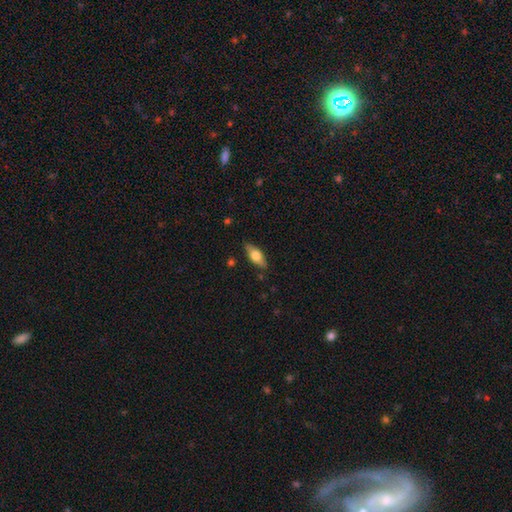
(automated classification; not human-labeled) smooth_or_featured: smooth (p=0.55) [alt: featured or disk p=0.39]
how_rounded: in between (p=0.70) [alt: cigar-shaped p=0.27]
merging: none (p=0.85) [alt: minor disturbance p=0.11]